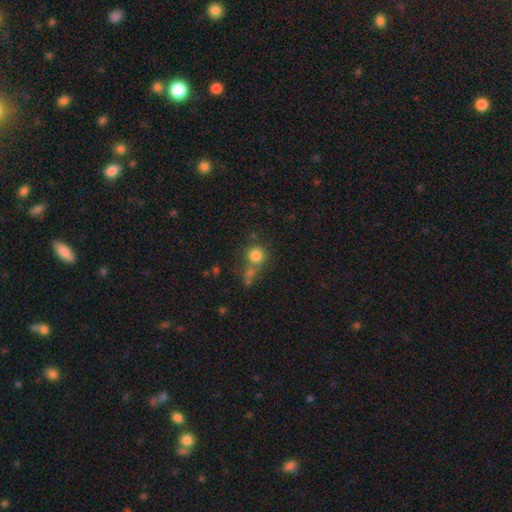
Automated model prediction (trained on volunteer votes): This appears to be a smooth galaxy with no disk features (79%) that is round (90%). Merging: none (54%).